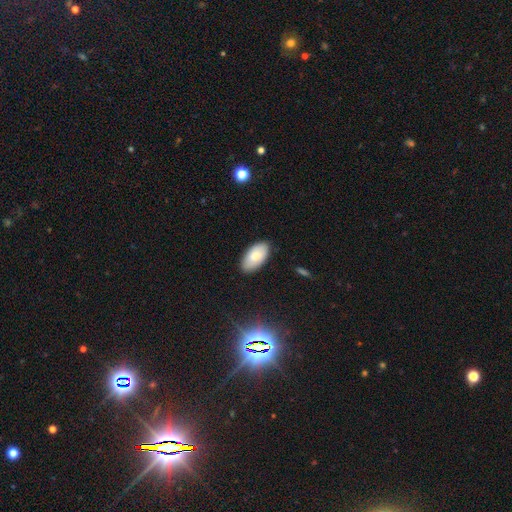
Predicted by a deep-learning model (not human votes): Smooth or featured? smooth (76%)
How rounded? in between (95%)
Merging? none (85%)